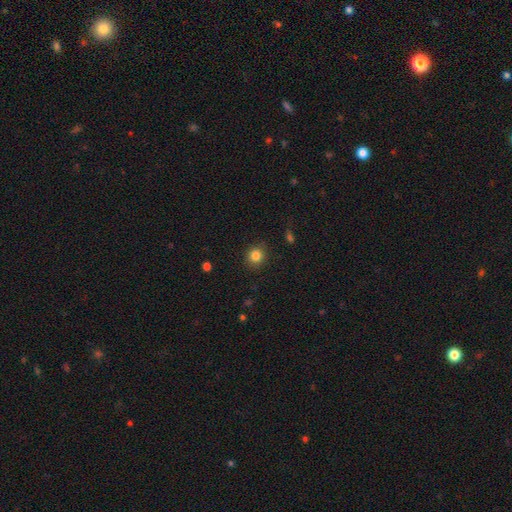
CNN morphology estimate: Overall: smooth (84%). How rounded: round (86%). Merging: none (88%).